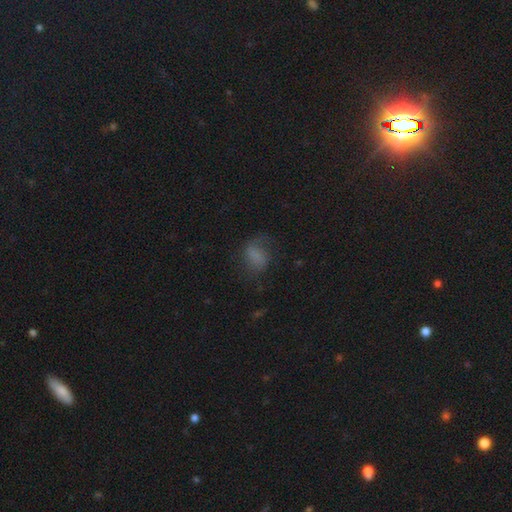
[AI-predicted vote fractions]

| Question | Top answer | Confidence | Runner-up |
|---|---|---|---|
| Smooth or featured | smooth | 57% | featured or disk (28%) |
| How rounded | in between | 66% | round (32%) |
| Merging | none | 55% | minor disturbance (24%) |